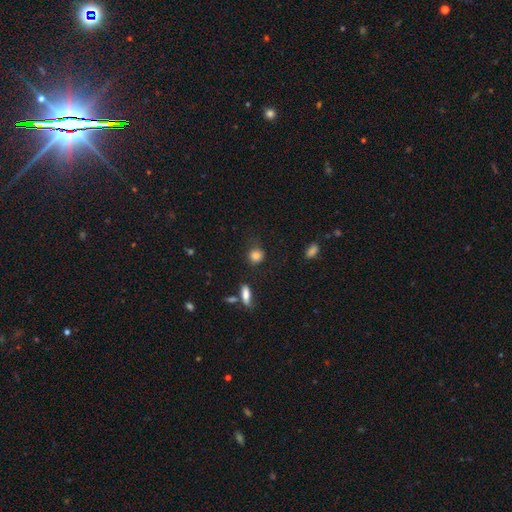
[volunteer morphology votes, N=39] type=smooth (92%); roundness=round (78%); merging=none (65%).